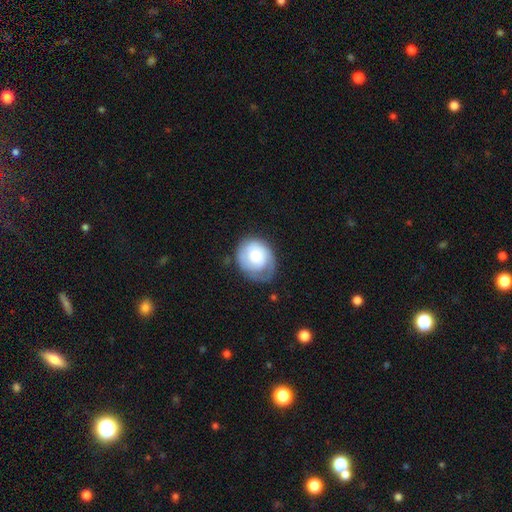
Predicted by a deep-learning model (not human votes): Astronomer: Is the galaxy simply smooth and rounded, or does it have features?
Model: smooth — 50% (runner-up: featured or disk, 43%).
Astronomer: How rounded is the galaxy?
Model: round — 62% (runner-up: in between, 38%).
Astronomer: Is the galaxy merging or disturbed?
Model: none — 55%.